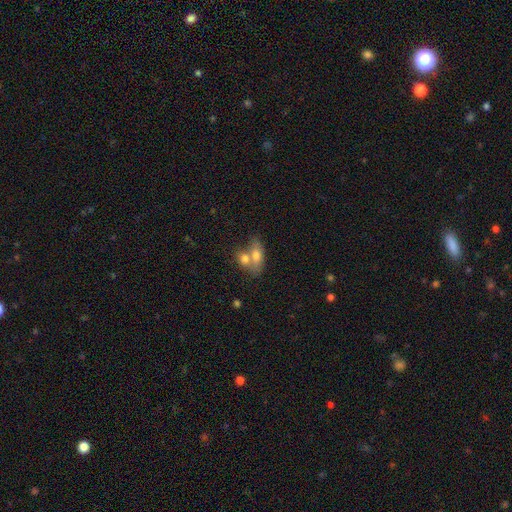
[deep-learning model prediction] Morphology: type=smooth (70%); roundness=in between (80%); merging=merger (60%).